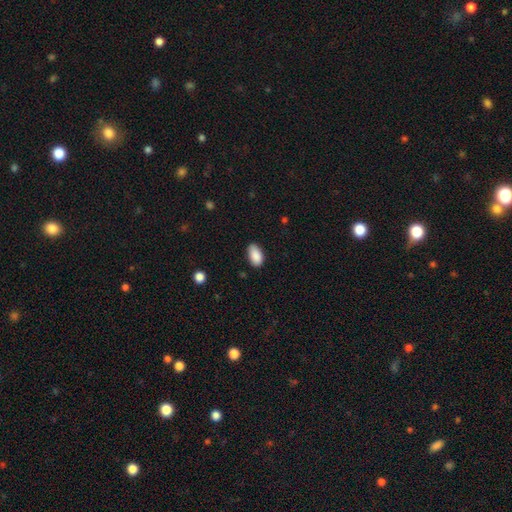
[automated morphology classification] Overall: smooth (89%). How rounded: in between (94%). Merging: none (80%).